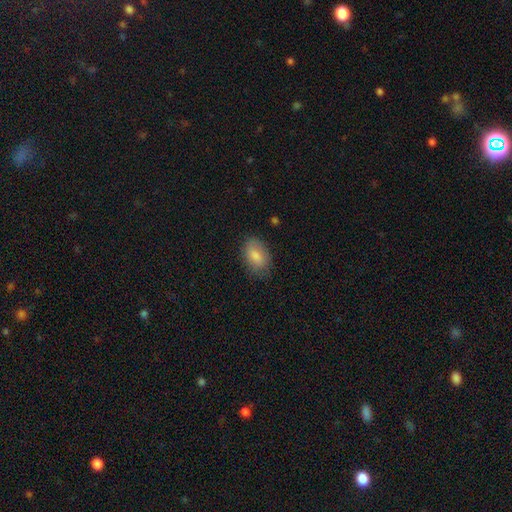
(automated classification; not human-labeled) Smooth or featured? smooth (82%)
How rounded? in between (88%)
Merging? none (74%)